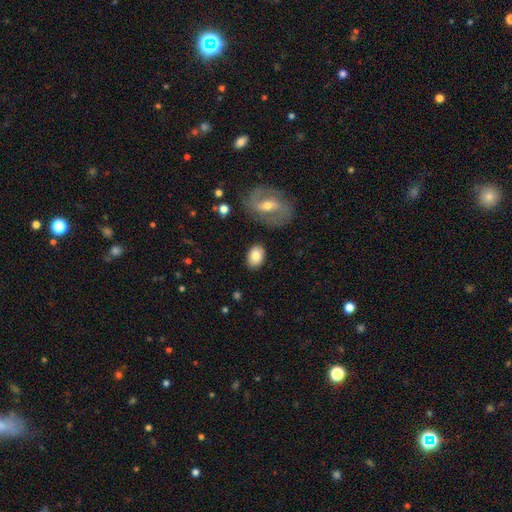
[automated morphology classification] smooth_or_featured: smooth (p=0.79) [alt: featured or disk p=0.14]
how_rounded: in between (p=0.80) [alt: round p=0.19]
merging: none (p=0.83) [alt: minor disturbance p=0.11]